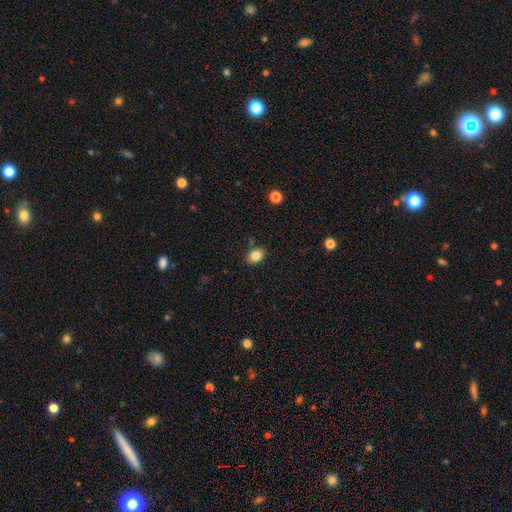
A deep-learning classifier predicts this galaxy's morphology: Smooth or featured? smooth (85%)
How rounded? in between (71%)
Merging? none (83%)